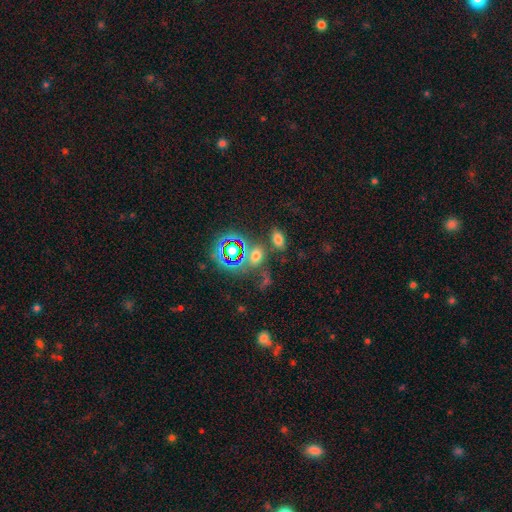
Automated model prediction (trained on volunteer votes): smooth_or_featured: smooth (p=0.52) [alt: star or artifact p=0.37]
how_rounded: in between (p=0.61) [alt: round p=0.37]
merging: none (p=0.61) [alt: merger p=0.19]